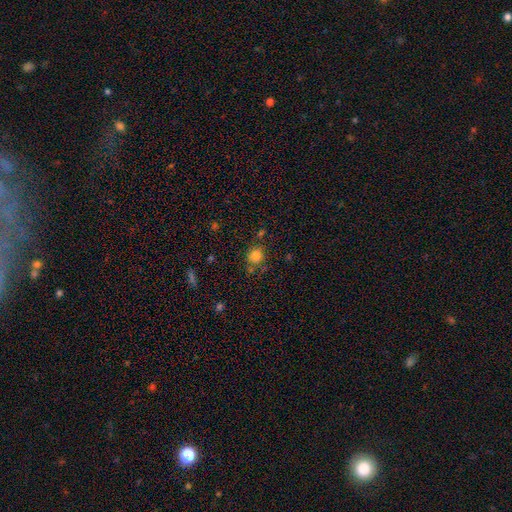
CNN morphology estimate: The model was most divided on "merging": none: 70%, minor disturbance: 16%, merger: 8%, major disturbance: 6%. More confident: smooth or featured — smooth (81%); how rounded — round (80%).